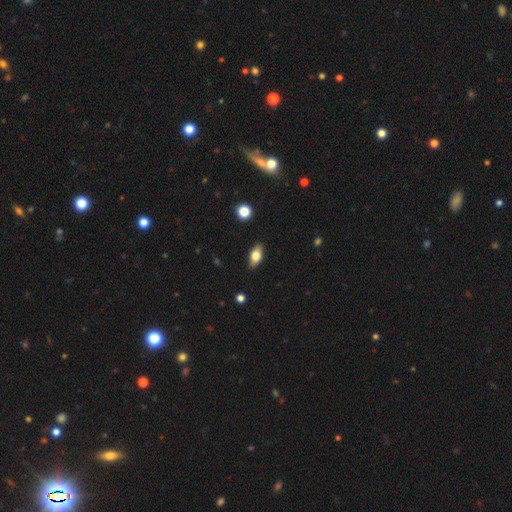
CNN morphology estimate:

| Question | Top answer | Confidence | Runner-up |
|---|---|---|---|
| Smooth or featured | smooth | 73% | featured or disk (20%) |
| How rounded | in between | 88% | cigar-shaped (7%) |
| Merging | none | 88% | minor disturbance (9%) |